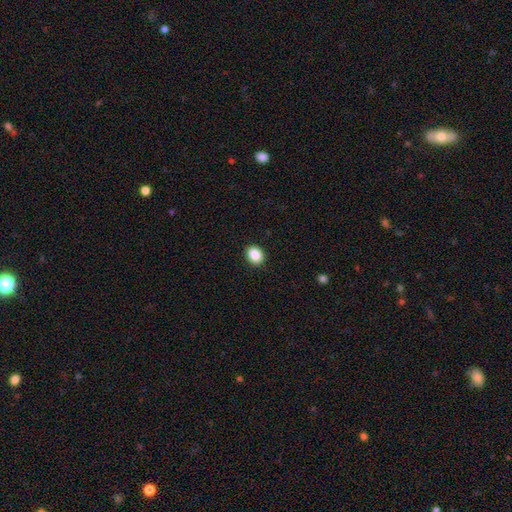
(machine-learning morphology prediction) This appears to be a smooth galaxy with no disk features (88%) that is in between round and cigar-shaped (58%). Merging: none (89%).